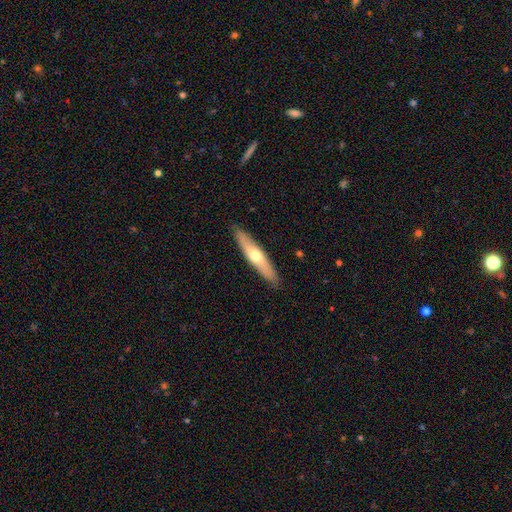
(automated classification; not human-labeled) Q: Smooth or featured?
A: smooth (50%); runner-up: featured or disk (45%)
Q: Merging?
A: none (90%); runner-up: minor disturbance (8%)